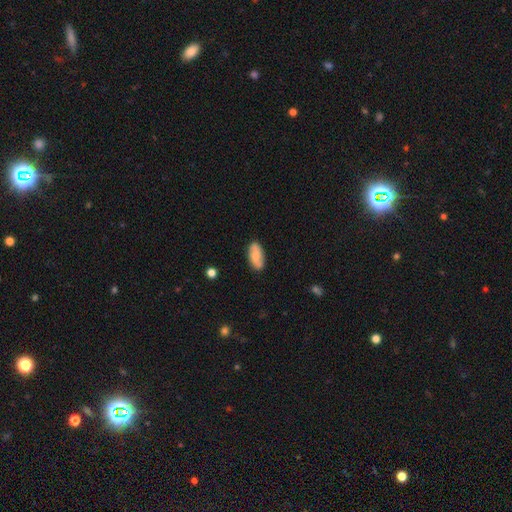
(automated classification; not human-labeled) Morphology: type=smooth (58%); roundness=in between (88%); merging=none (80%).